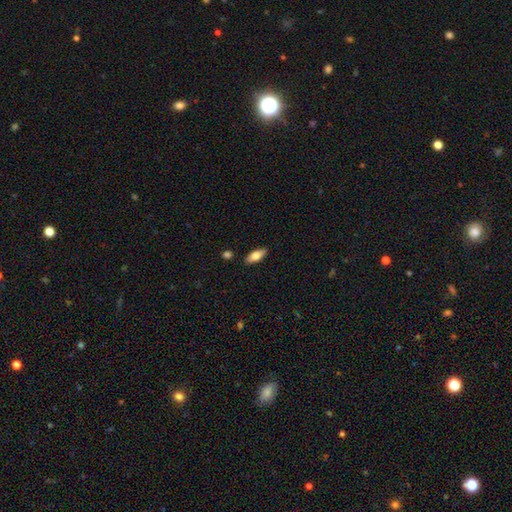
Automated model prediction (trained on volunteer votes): Smooth or featured?
  - smooth: 73% *
  - featured or disk: 21%
  - star or artifact: 6%
How rounded?
  - in between: 78% *
  - cigar-shaped: 20%
  - round: 2%
Merging?
  - none: 87% *
  - minor disturbance: 9%
  - major disturbance: 2%
  - merger: 2%